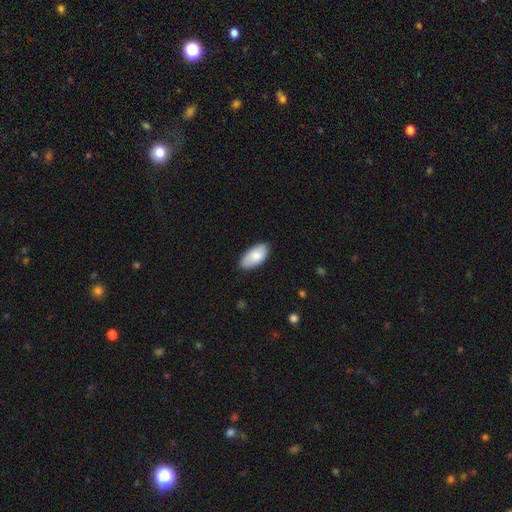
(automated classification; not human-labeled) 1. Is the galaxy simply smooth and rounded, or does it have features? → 83% smooth, 11% featured or disk, 6% star or artifact.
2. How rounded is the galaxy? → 95% in between, 3% cigar-shaped, 2% round.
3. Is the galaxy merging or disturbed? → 84% none, 13% minor disturbance, 2% major disturbance, 1% merger.